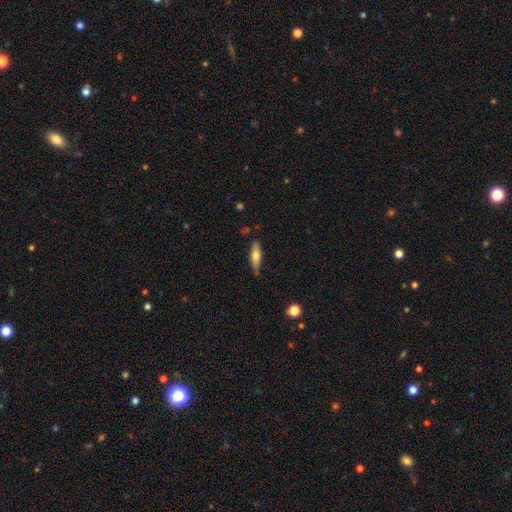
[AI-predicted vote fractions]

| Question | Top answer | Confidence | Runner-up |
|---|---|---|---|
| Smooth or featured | smooth | 64% | featured or disk (30%) |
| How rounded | cigar-shaped | 60% | in between (38%) |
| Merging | none | 74% | minor disturbance (20%) |